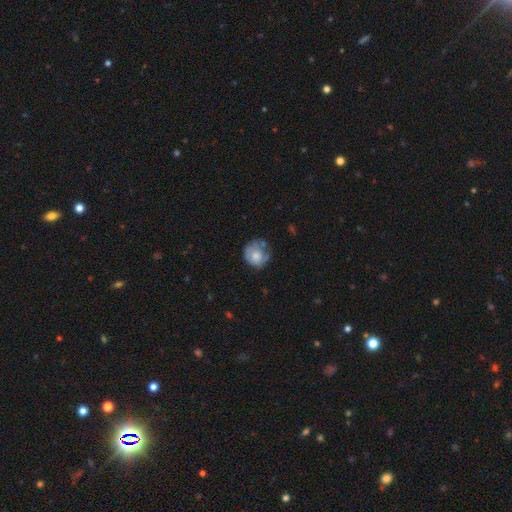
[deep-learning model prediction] smooth 65%, featured or disk 28%, star or artifact 8%. Down the decision tree: how rounded — round (78%); merging — none (48%).